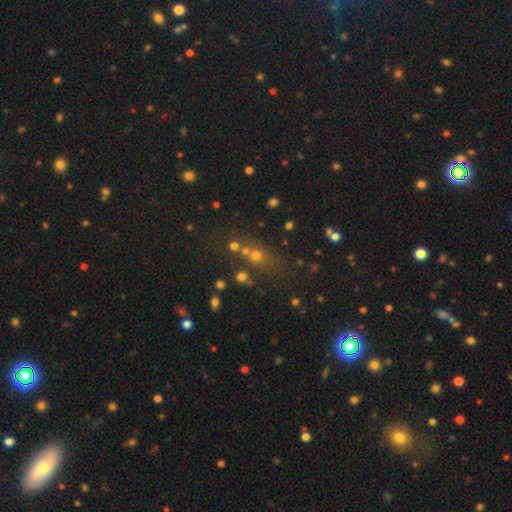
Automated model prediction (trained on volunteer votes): Smooth or featured? smooth (54%)
How rounded? round (71%)
Merging? none (58%)